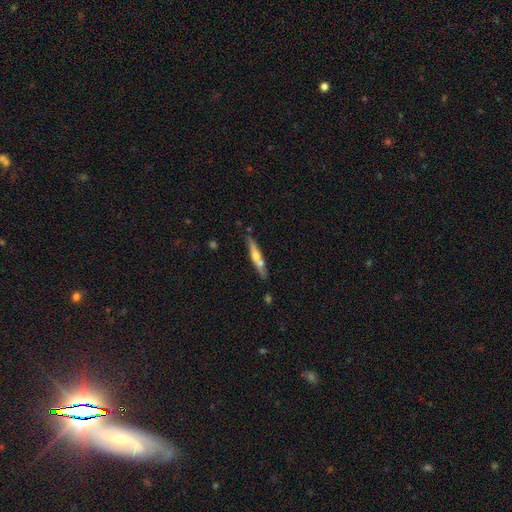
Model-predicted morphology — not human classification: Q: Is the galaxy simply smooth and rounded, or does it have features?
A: featured or disk — 49%.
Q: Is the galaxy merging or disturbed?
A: none — 70%.